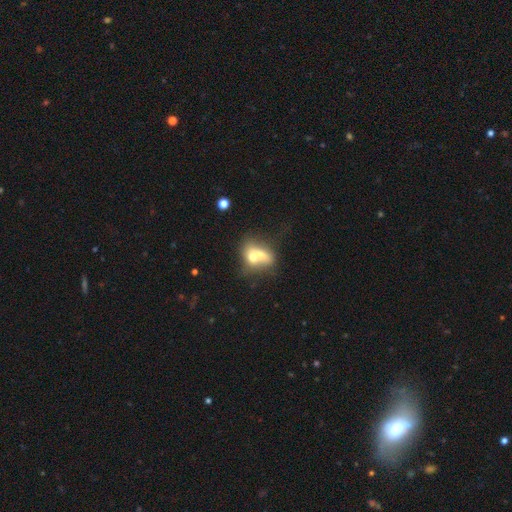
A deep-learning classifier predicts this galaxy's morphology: A smooth galaxy with no disk features (61%) that is in between round and cigar-shaped (58%). Merging: merger (70%).